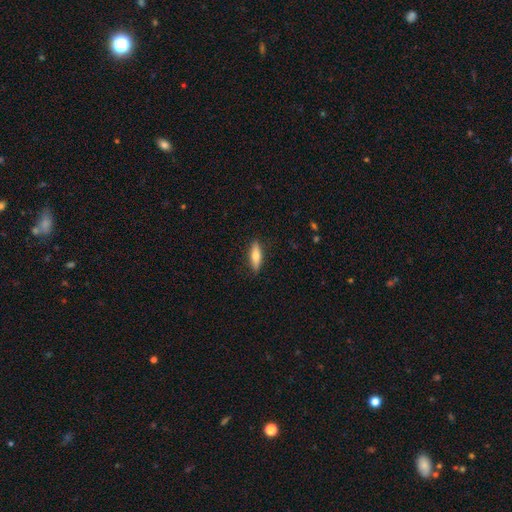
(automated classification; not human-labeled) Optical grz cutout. It shows a smooth galaxy with no disk features (64%) that is cigar-shaped (60%). Merging: none (88%).